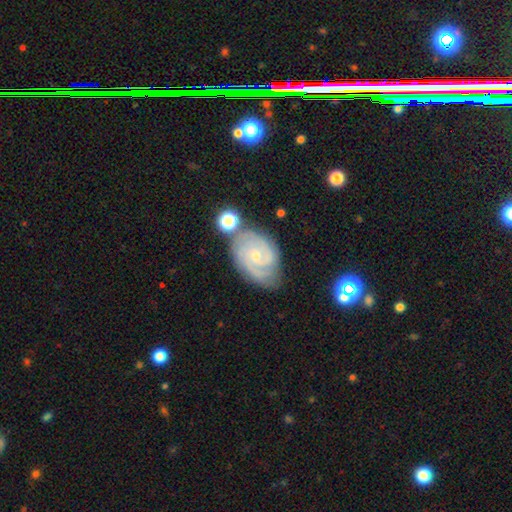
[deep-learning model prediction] Smooth or featured? Predicted: featured or disk (p=0.87). Edge-on disk? Predicted: no (p=0.97). Bar? Predicted: no (p=0.67). Spiral arms? Predicted: yes (p=0.98). Spiral winding? Predicted: tight (p=0.67). Spiral arm count? Predicted: 2 (p=0.50). Bulge size? Predicted: small (p=0.72). Merging? Predicted: none (p=0.70).